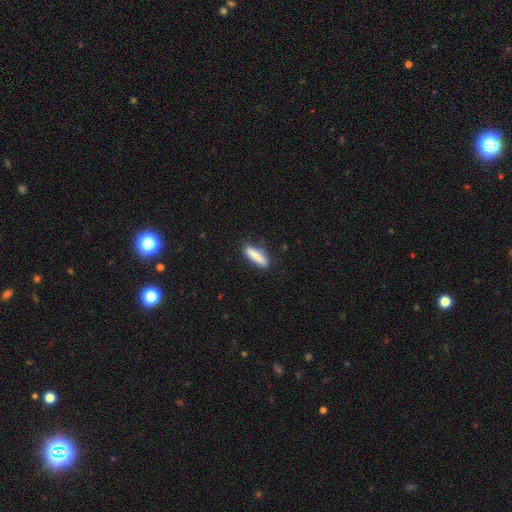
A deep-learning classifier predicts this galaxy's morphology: smooth 82%, featured or disk 12%, star or artifact 6%. Down the decision tree: how rounded — cigar-shaped (74%); merging — none (85%).